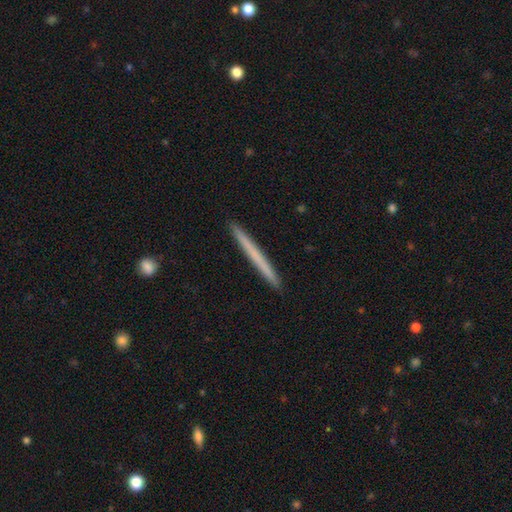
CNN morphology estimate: Smooth or featured: smooth — 59% (featured or disk — 36%)
How rounded: cigar-shaped — 98% (in between — 1%)
Merging: none — 93% (minor disturbance — 5%)